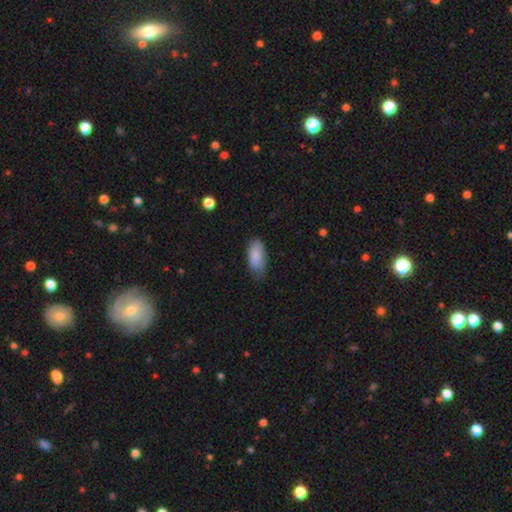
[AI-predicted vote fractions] Smooth or featured? smooth (86%)
How rounded? in between (88%)
Merging? none (59%)